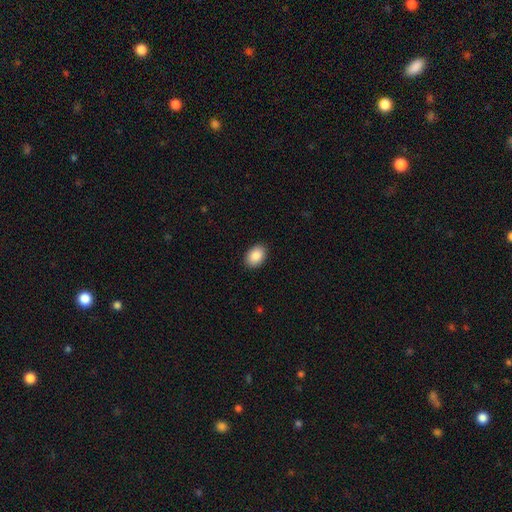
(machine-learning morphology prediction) Overall: smooth (89%). How rounded: in between (80%). Merging: none (90%).